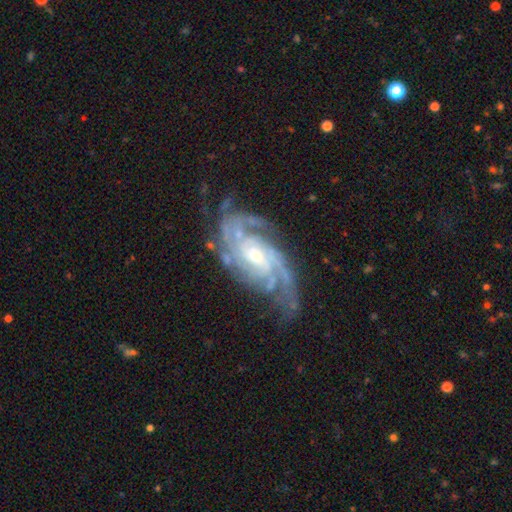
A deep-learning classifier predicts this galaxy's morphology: Smooth or featured? featured or disk (92%)
Edge-on disk? no (96%)
Bar? no (59%)
Spiral arms? yes (98%)
Spiral winding? tight (60%)
Spiral arm count? 4 (25%, tied with 3)
Bulge size? small (52%)
Merging? none (70%)